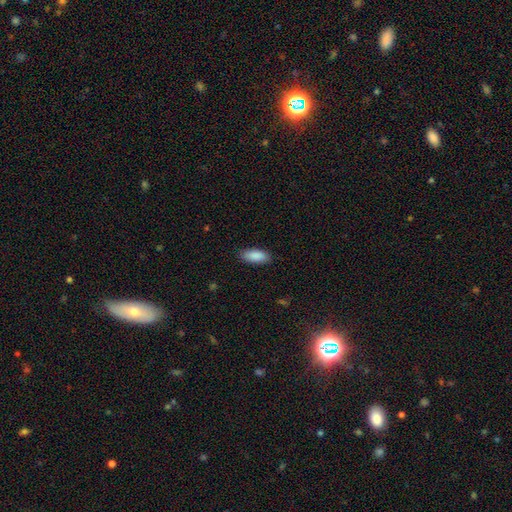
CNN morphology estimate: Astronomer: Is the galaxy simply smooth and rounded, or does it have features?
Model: smooth — 89%.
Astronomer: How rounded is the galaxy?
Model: in between — 81%.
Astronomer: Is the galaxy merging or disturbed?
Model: none — 86%.